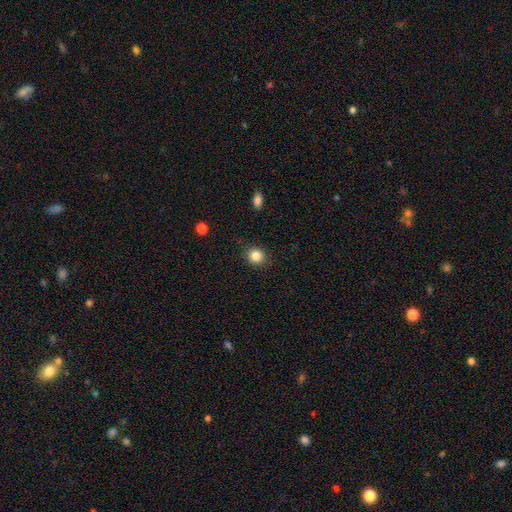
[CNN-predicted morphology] A smooth galaxy with no disk features (85%) that is round (78%). Merging: none (88%).